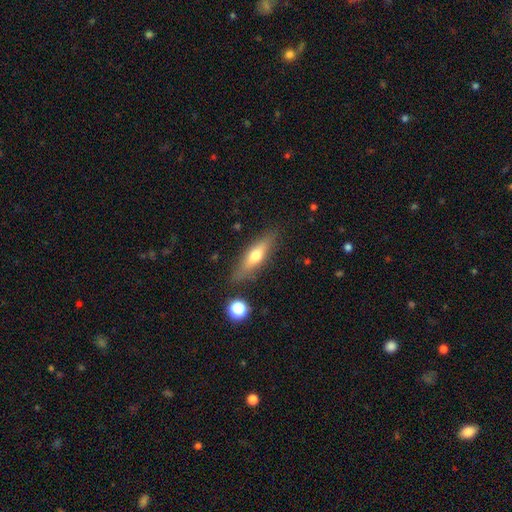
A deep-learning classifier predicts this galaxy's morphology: A smooth galaxy with no disk features (53%) that is cigar-shaped (66%). Merging: none (81%).